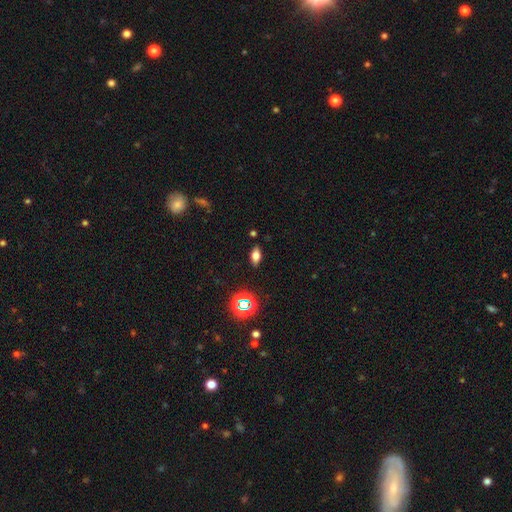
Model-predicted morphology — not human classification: Smooth or featured? Predicted: smooth (p=0.62). How rounded? Predicted: in between (p=0.81). Merging? Predicted: none (p=0.86).